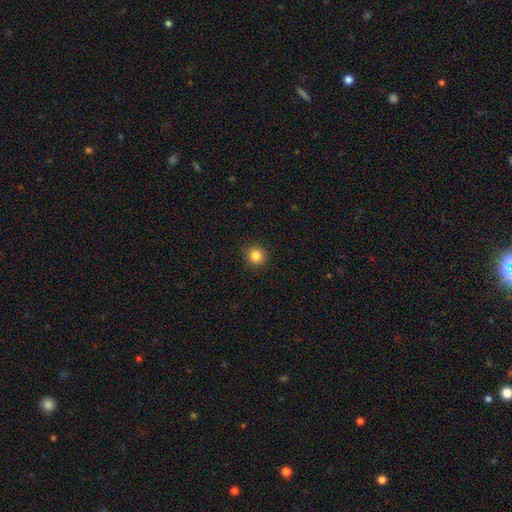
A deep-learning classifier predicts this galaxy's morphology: This appears to be a smooth galaxy with no disk features (85%) that is round (93%). Merging: none (90%).